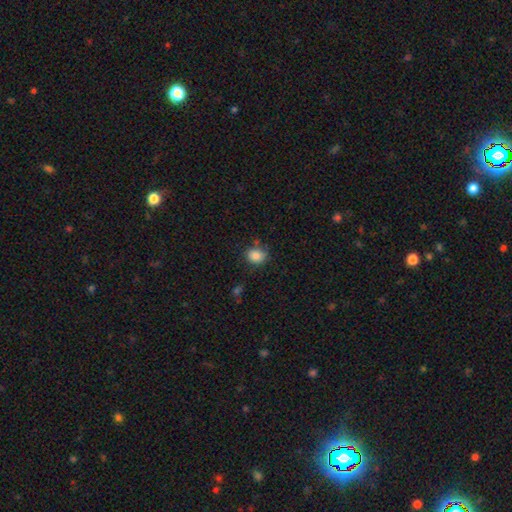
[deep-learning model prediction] A smooth galaxy with no disk features (85%) that is round (57%).

Vote fractions:
- Smooth or featured? smooth: 85% / star or artifact: 10% / featured or disk: 6%
- How rounded? round: 57% / in between: 42% / cigar-shaped: 1%
- Merging? none: 72% / minor disturbance: 19% / merger: 4% / major disturbance: 4%